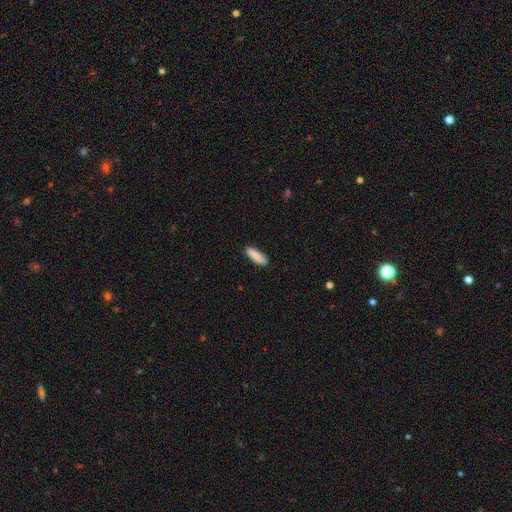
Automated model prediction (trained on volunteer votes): Smooth or featured? smooth (89%)
How rounded? cigar-shaped (59%)
Merging? none (87%)